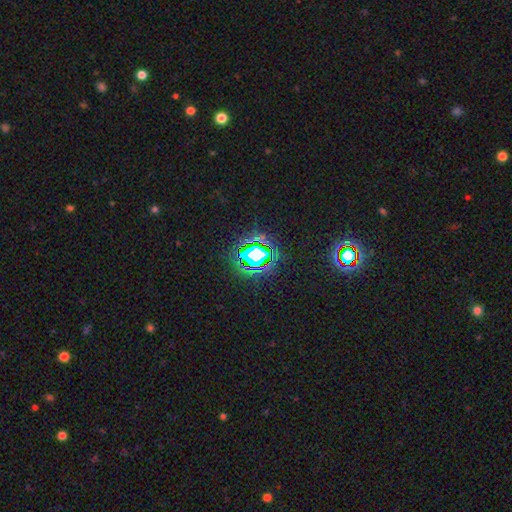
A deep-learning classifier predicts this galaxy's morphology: smooth-or-featured: star or artifact: 74% | smooth: 14% | featured or disk: 12%